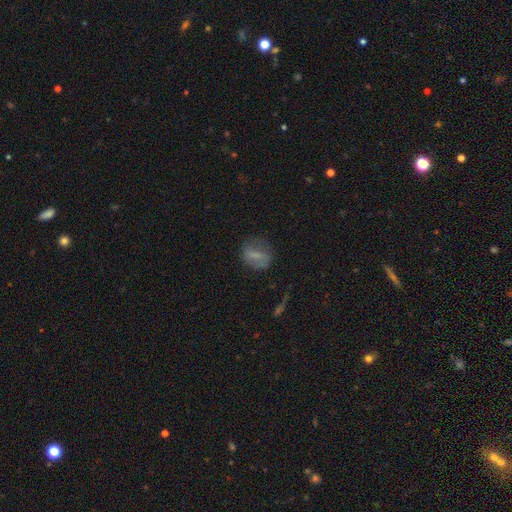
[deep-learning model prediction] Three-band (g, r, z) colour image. It shows a smooth galaxy with no disk features (58%) that is in between round and cigar-shaped (51%). Merging: none (69%).